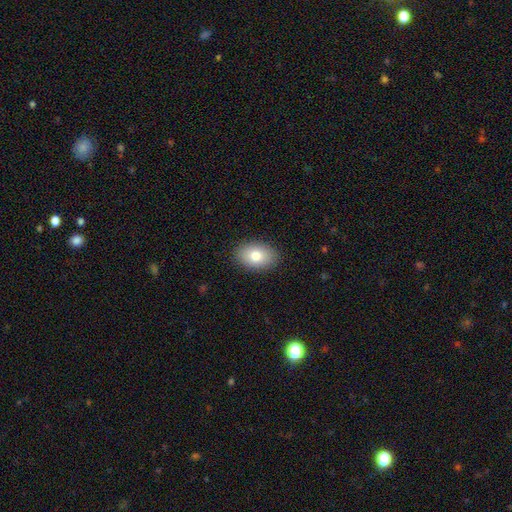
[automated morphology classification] smooth_or_featured: smooth (p=0.80) [alt: featured or disk p=0.12]
how_rounded: in between (p=0.85) [alt: round p=0.14]
merging: none (p=0.89) [alt: minor disturbance p=0.08]